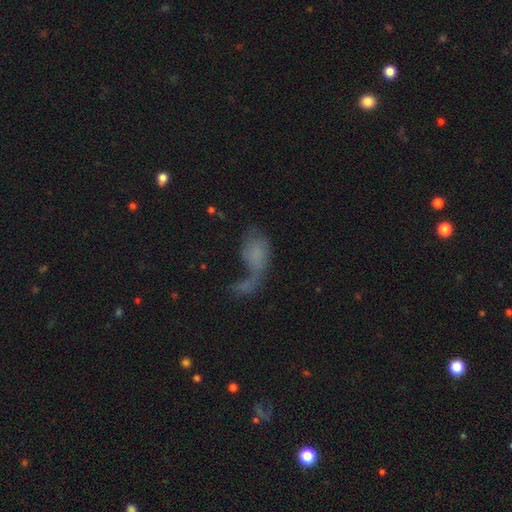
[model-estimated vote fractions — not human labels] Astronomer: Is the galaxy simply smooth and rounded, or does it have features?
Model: smooth — 54% (runner-up: featured or disk, 33%).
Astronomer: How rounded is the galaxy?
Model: in between — 83%.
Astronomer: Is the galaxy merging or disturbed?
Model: merger — 41% (runner-up: major disturbance, 30%).